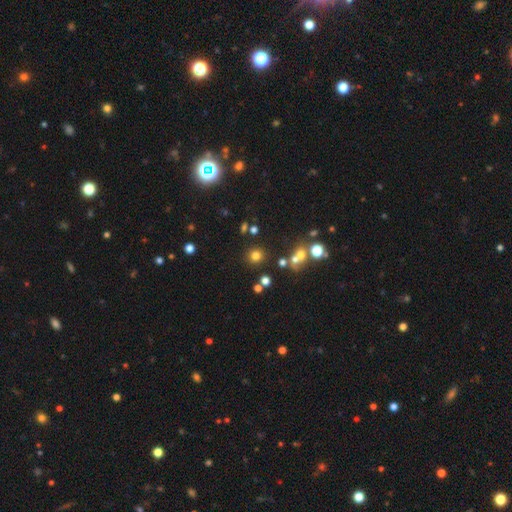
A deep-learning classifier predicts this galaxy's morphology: The model was most divided on "smooth or featured": smooth: 74%, star or artifact: 19%, featured or disk: 7%. More confident: how rounded — round (90%); merging — none (83%).